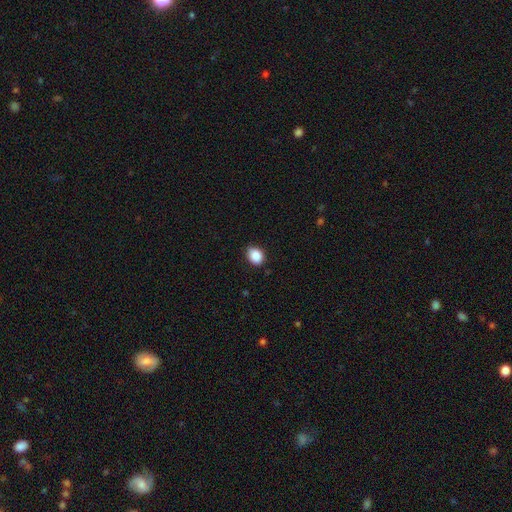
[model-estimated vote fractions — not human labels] Q: Smooth or featured?
A: smooth (89%); runner-up: star or artifact (8%)
Q: How rounded?
A: in between (59%); runner-up: round (40%)
Q: Merging?
A: none (82%); runner-up: minor disturbance (14%)